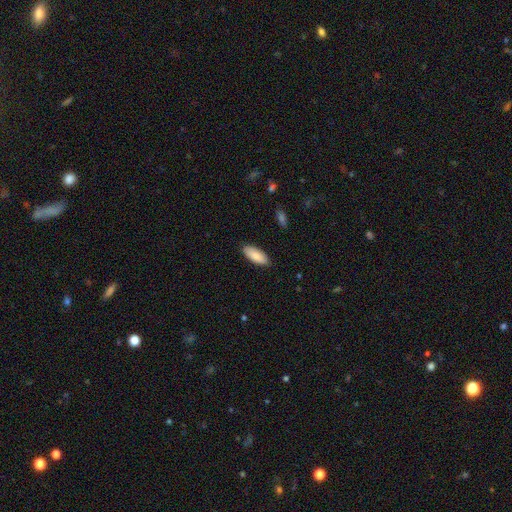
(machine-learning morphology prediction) type=smooth (87%); roundness=in between (82%); merging=none (87%).